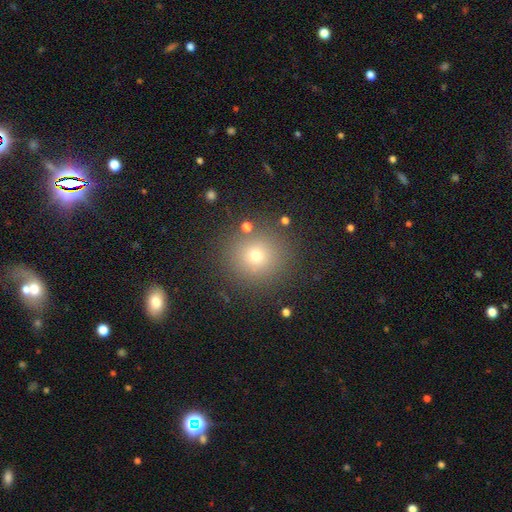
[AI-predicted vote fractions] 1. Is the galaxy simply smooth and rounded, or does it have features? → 71% smooth, 19% star or artifact, 10% featured or disk.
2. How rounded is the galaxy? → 91% round, 8% in between, 1% cigar-shaped.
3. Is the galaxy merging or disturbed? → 86% none, 7% minor disturbance, 3% major disturbance, 3% merger.